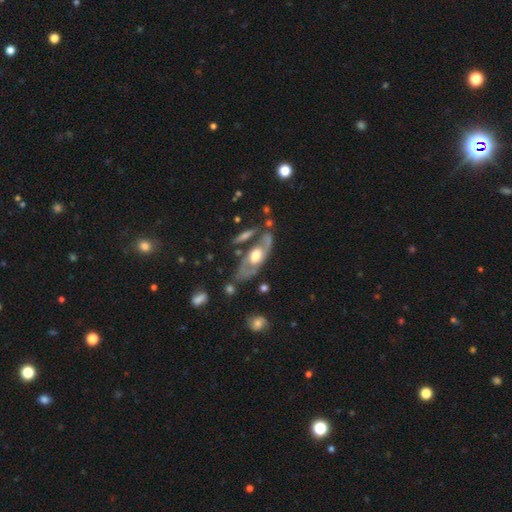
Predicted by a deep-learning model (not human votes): Overall: featured or disk (67%; smooth 28%). Edge-on disk: no (75%). Bar: no (78%). Spiral arms: yes (50%, tied with no). Bulge size: moderate (54%; large 38%). Merging: none (61%).